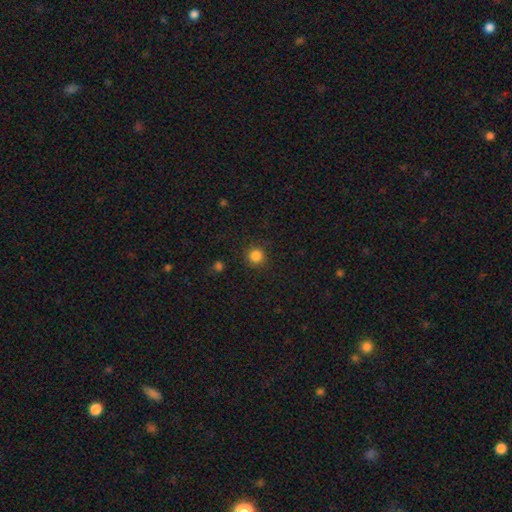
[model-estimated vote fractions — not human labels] Q: Smooth or featured?
A: smooth (85%); runner-up: star or artifact (12%)
Q: How rounded?
A: round (95%); runner-up: in between (4%)
Q: Merging?
A: none (90%); runner-up: minor disturbance (6%)